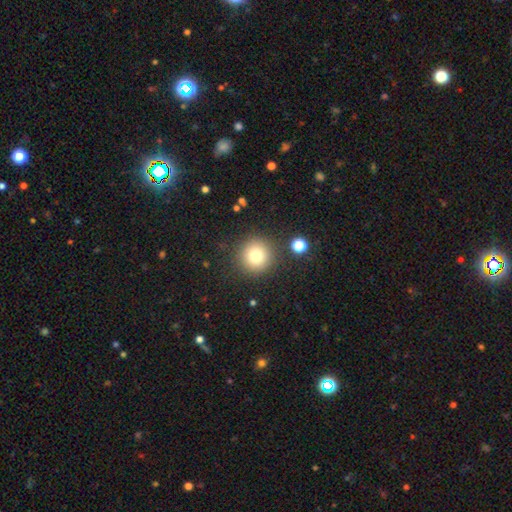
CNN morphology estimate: A smooth galaxy with no disk features (79%) that is round (94%). Merging: none (87%).